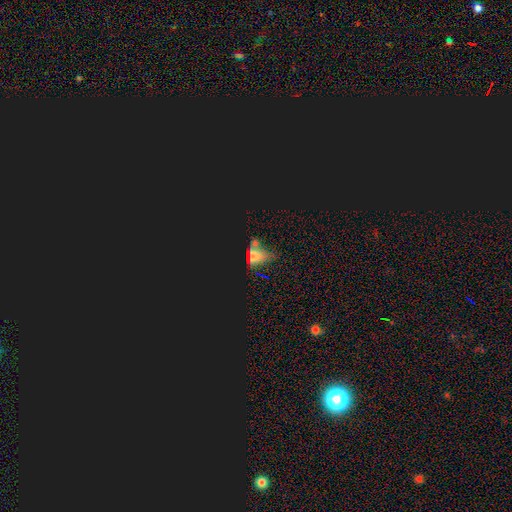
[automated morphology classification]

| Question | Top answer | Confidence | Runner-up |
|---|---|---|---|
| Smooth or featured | star or artifact | 48% | smooth (32%) |